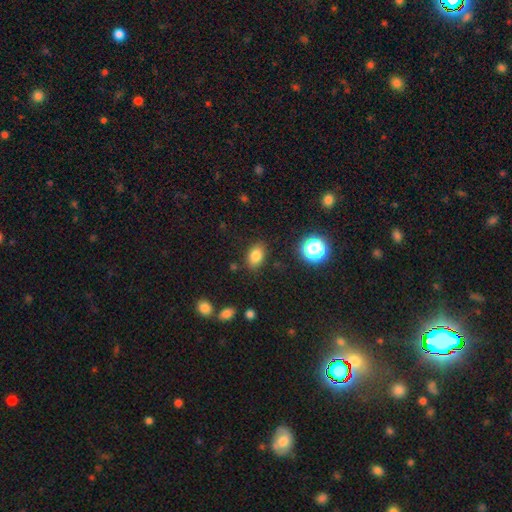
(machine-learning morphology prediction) type=smooth (82%); roundness=in between (82%); merging=none (83%).